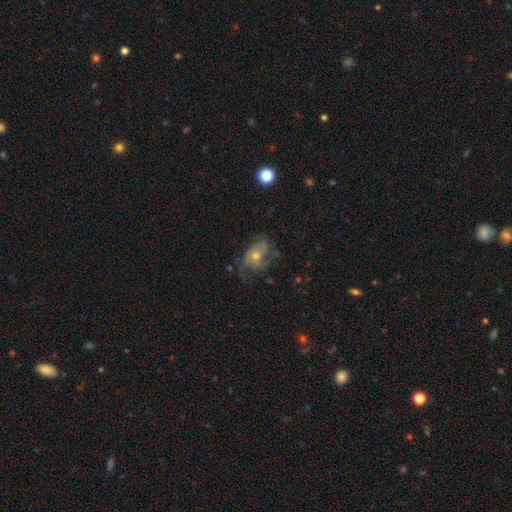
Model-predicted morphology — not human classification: featured or disk 69%, smooth 20%, star or artifact 11%. Down the decision tree: edge-on disk — no (96%); bar — no (76%); spiral arms — yes (85%); spiral arm count — 2 (33%); spiral winding — medium (44%); bulge size — small (48%); merging — none (53%).